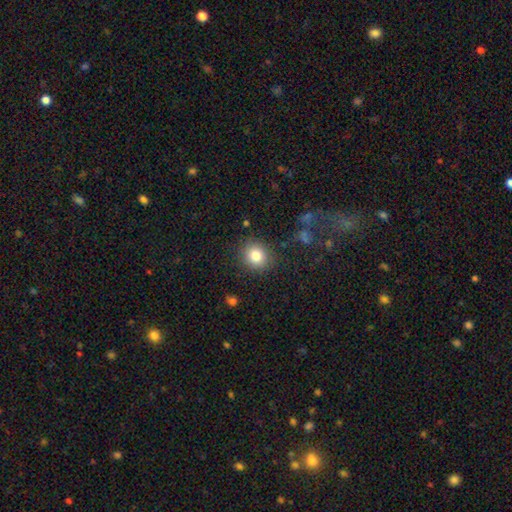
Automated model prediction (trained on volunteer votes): A smooth galaxy with no disk features (83%) that is round (82%).

Vote fractions:
- Smooth or featured? smooth: 83% / star or artifact: 10% / featured or disk: 7%
- How rounded? round: 82% / in between: 17% / cigar-shaped: 1%
- Merging? none: 87% / minor disturbance: 9% / major disturbance: 3% / merger: 2%